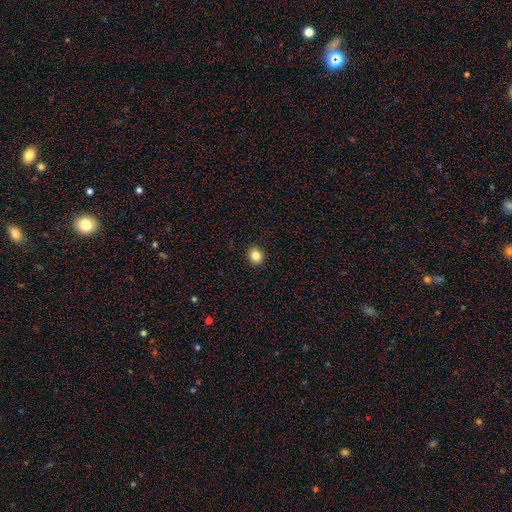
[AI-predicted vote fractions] The model was most divided on "how rounded": round: 80%, in between: 20%, cigar-shaped: 1%. More confident: merging — none (92%); smooth or featured — smooth (84%).